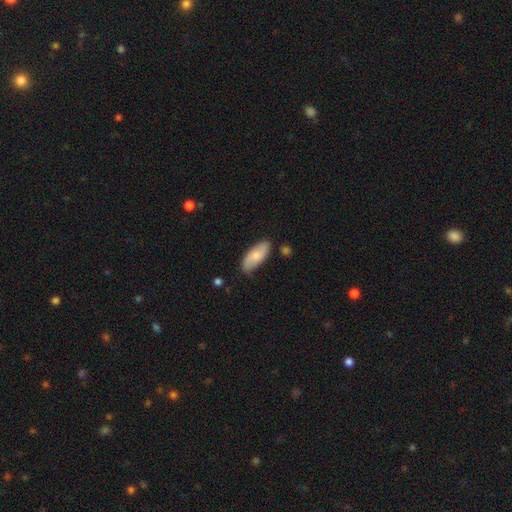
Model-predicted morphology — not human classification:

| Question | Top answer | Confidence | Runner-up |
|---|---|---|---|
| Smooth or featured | smooth | 71% | featured or disk (24%) |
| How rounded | in between | 85% | cigar-shaped (13%) |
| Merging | none | 82% | minor disturbance (14%) |